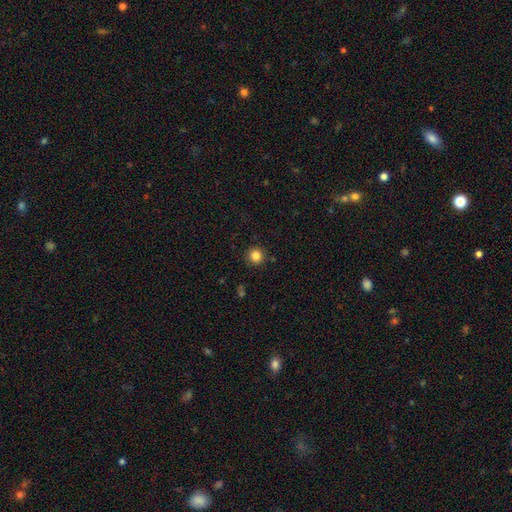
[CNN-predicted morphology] Smooth or featured? smooth (84%)
How rounded? round (94%)
Merging? none (90%)